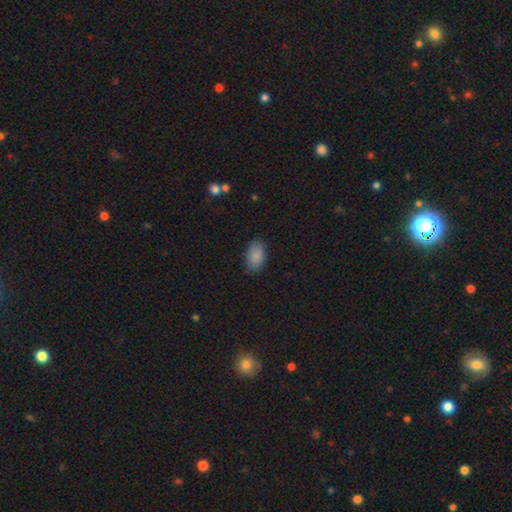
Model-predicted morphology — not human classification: Smooth or featured? Predicted: smooth (p=0.88). How rounded? Predicted: in between (p=0.93). Merging? Predicted: none (p=0.83).